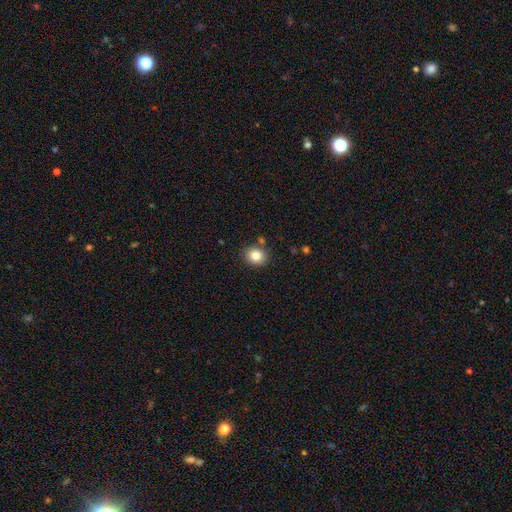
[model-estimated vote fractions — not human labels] smooth_or_featured: smooth (p=0.83) [alt: star or artifact p=0.10]
how_rounded: round (p=0.69) [alt: in between p=0.30]
merging: none (p=0.84) [alt: minor disturbance p=0.09]